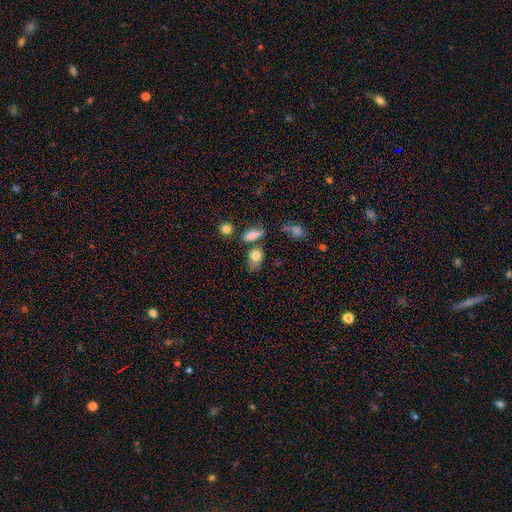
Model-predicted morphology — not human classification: smooth-or-featured: smooth: 79% | star or artifact: 11% | featured or disk: 10%
  how-rounded: in between: 61% | round: 36% | cigar-shaped: 3%
  merging: none: 51% | minor disturbance: 25% | merger: 14% | major disturbance: 10%